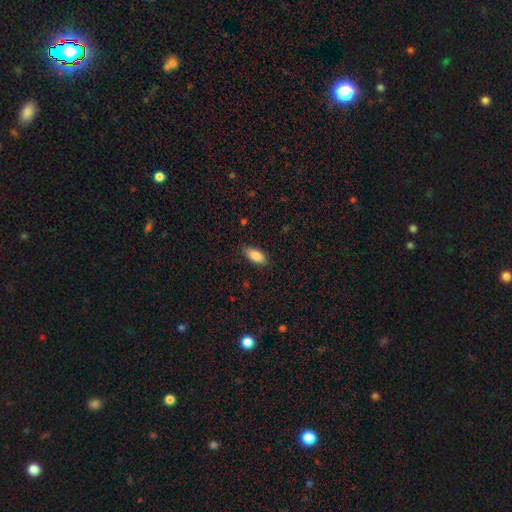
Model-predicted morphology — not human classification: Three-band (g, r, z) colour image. It shows a smooth galaxy with no disk features (86%) that is in between round and cigar-shaped (88%). Merging: none (82%).